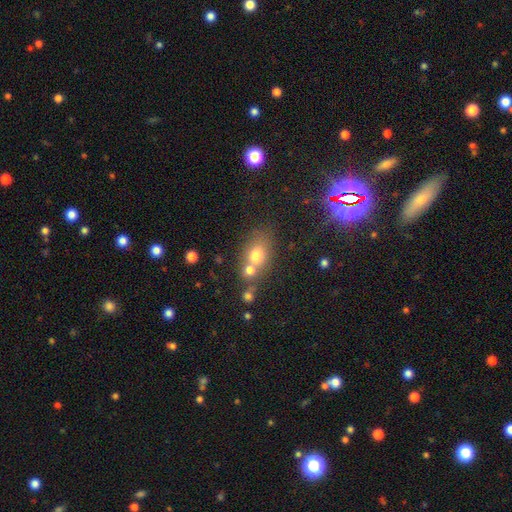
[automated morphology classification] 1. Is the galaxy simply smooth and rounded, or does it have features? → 70% smooth, 17% featured or disk, 13% star or artifact.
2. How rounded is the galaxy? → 56% in between, 41% round, 3% cigar-shaped.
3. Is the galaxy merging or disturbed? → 45% merger, 39% none, 11% minor disturbance, 6% major disturbance.